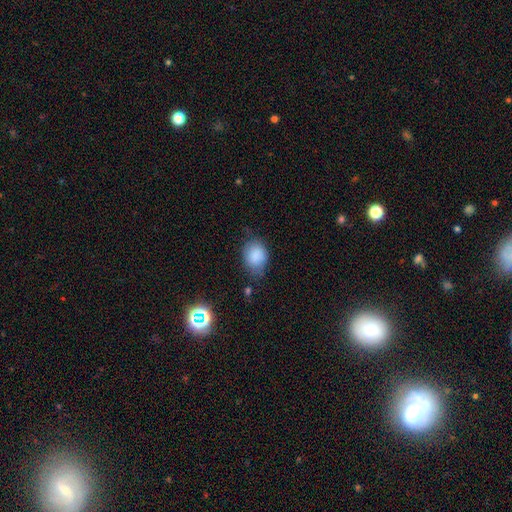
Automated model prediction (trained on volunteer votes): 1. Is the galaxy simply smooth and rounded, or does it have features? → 85% smooth, 9% star or artifact, 6% featured or disk.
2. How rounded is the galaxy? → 56% in between, 43% round, 1% cigar-shaped.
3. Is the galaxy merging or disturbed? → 64% none, 27% minor disturbance, 7% major disturbance, 3% merger.